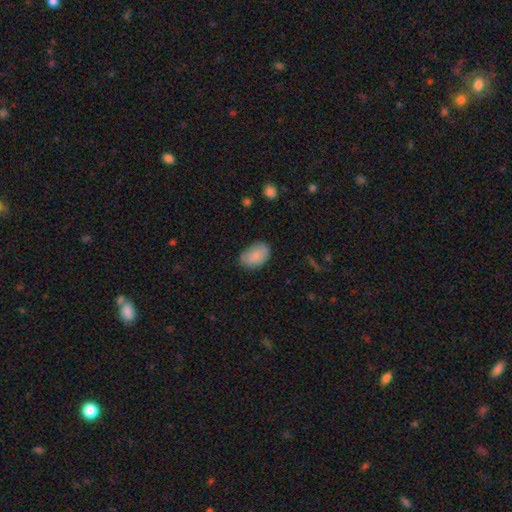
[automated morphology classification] smooth_or_featured: smooth (p=0.82) [alt: featured or disk p=0.11]
how_rounded: in between (p=0.88) [alt: round p=0.11]
merging: none (p=0.75) [alt: minor disturbance p=0.20]